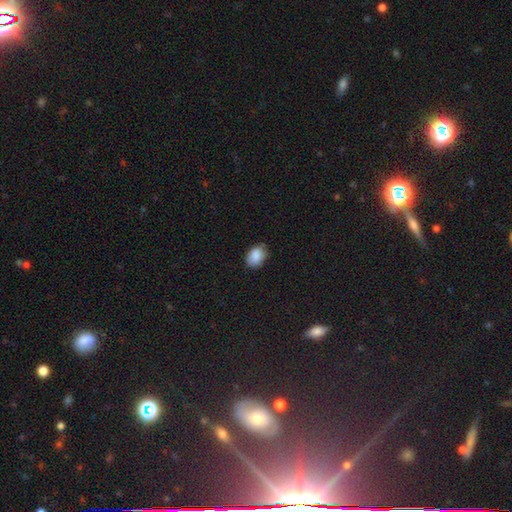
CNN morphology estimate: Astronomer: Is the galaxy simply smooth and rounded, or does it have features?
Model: smooth — 88%.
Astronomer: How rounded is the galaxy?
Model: in between — 73%.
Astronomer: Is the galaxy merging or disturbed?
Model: none — 76%.